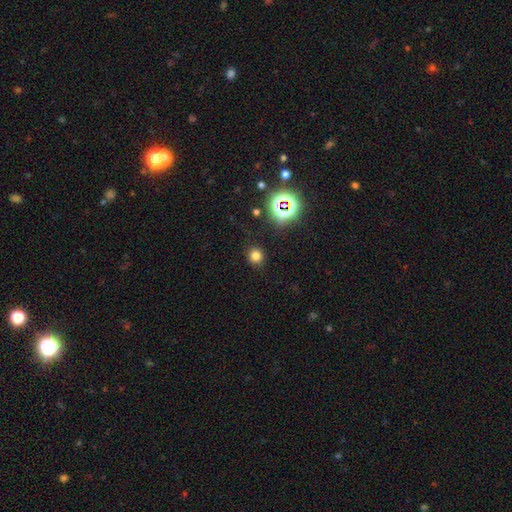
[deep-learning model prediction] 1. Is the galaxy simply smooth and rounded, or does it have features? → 73% smooth, 21% star or artifact, 6% featured or disk.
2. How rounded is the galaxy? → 88% round, 11% in between, 1% cigar-shaped.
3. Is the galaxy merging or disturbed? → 89% none, 7% minor disturbance, 3% major disturbance, 2% merger.